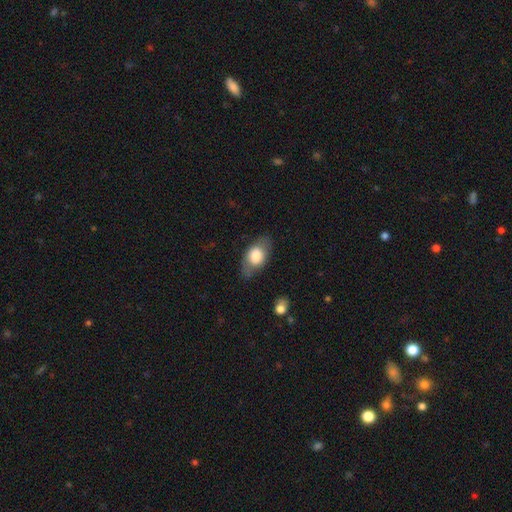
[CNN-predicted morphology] This is likely a smooth galaxy (67%). How rounded: clearly in between (86%). Merging: likely none (77%).